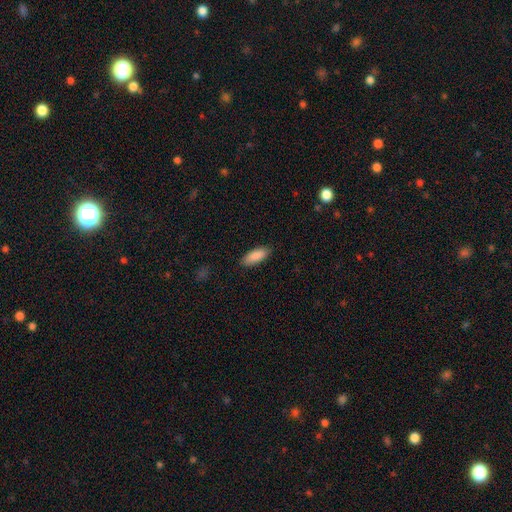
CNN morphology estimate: Smooth or featured? Predicted: smooth (p=0.90). How rounded? Predicted: in between (p=0.78). Merging? Predicted: none (p=0.87).